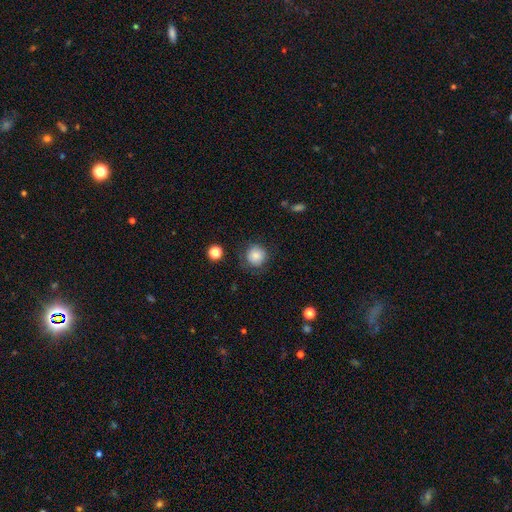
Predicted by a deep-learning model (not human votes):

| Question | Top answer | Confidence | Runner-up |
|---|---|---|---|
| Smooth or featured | smooth | 83% | star or artifact (10%) |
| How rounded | round | 93% | in between (6%) |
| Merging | none | 79% | minor disturbance (14%) |